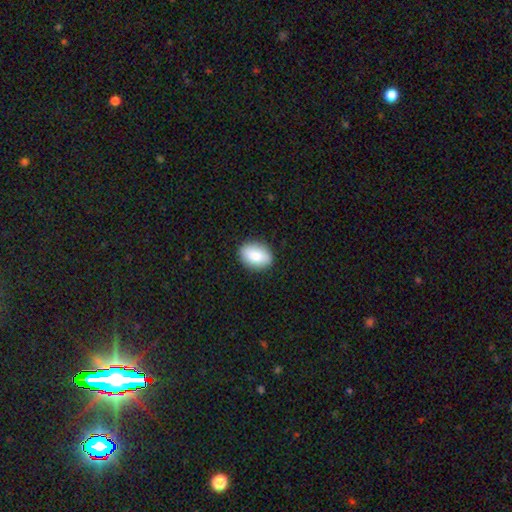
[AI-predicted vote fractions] Smooth or featured?
  - smooth: 85% *
  - featured or disk: 8%
  - star or artifact: 7%
How rounded?
  - in between: 79% *
  - round: 19%
  - cigar-shaped: 2%
Merging?
  - none: 87% *
  - minor disturbance: 9%
  - major disturbance: 2%
  - merger: 1%